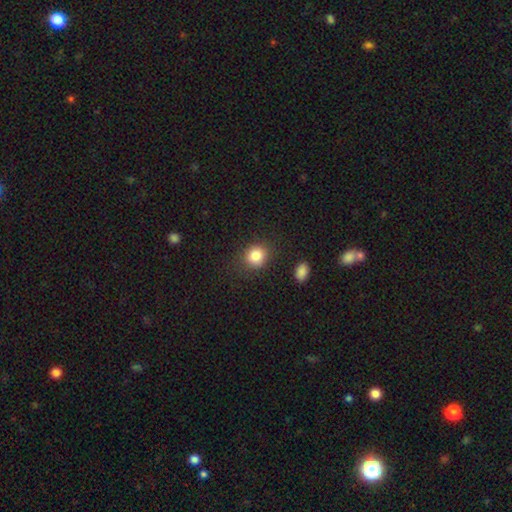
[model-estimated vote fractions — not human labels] Overall: smooth (85%). How rounded: round (75%). Merging: none (82%).